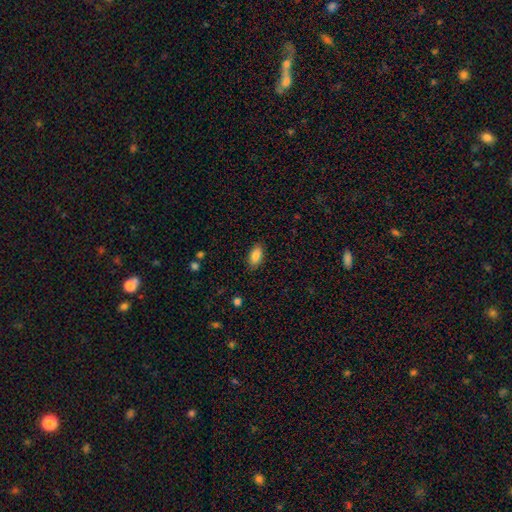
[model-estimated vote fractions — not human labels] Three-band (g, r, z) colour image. It shows a smooth galaxy with no disk features (85%) that is in between round and cigar-shaped (92%). Merging: none (87%).